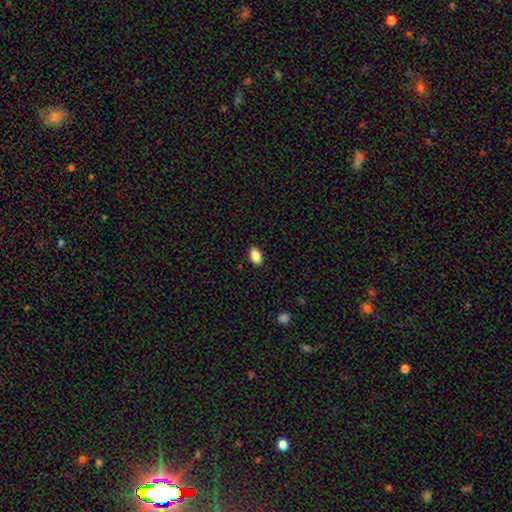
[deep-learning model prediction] Smooth or featured? smooth (88%)
How rounded? in between (85%)
Merging? none (88%)